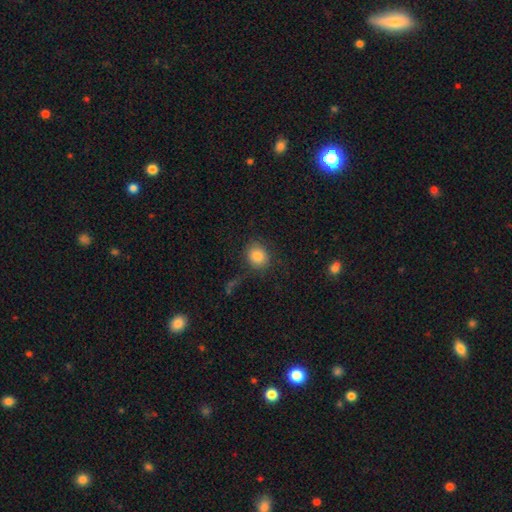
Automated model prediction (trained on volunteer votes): Q: Smooth or featured?
A: smooth (85%); runner-up: star or artifact (10%)
Q: How rounded?
A: round (69%); runner-up: in between (30%)
Q: Merging?
A: none (80%); runner-up: minor disturbance (12%)